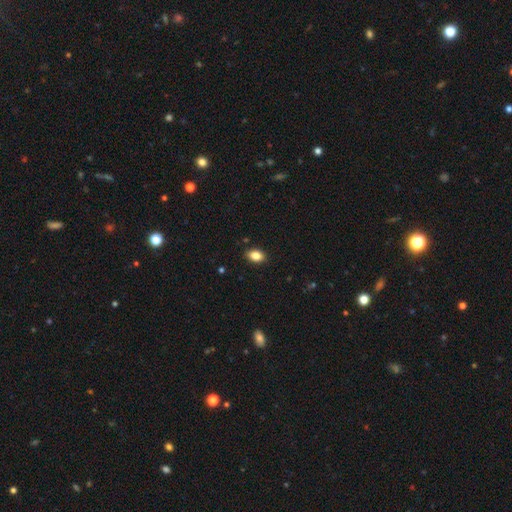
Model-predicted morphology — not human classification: A smooth galaxy with no disk features (84%) that is in between round and cigar-shaped (83%).

Vote fractions:
- Smooth or featured? smooth: 84% / star or artifact: 9% / featured or disk: 7%
- How rounded? in between: 83% / round: 16% / cigar-shaped: 2%
- Merging? none: 88% / minor disturbance: 9% / major disturbance: 2% / merger: 1%